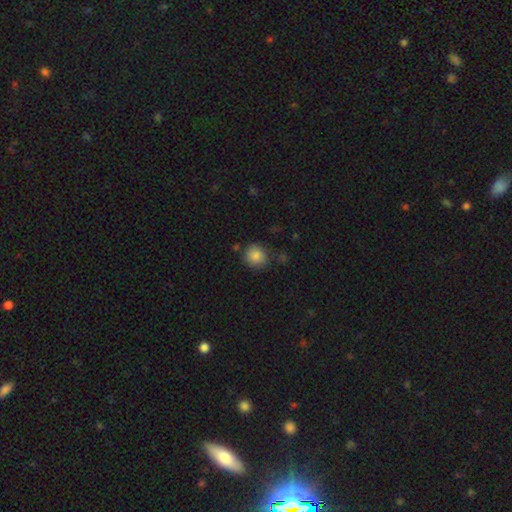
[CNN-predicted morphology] Smooth or featured: smooth — 86% (star or artifact — 9%)
How rounded: round — 86% (in between — 13%)
Merging: none — 79% (minor disturbance — 13%)